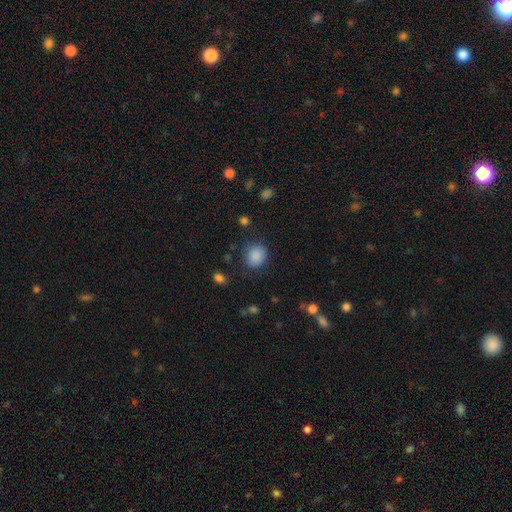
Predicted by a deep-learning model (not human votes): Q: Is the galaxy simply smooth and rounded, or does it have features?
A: smooth — 87%.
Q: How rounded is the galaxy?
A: round — 69%.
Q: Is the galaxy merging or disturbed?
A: none — 80%.